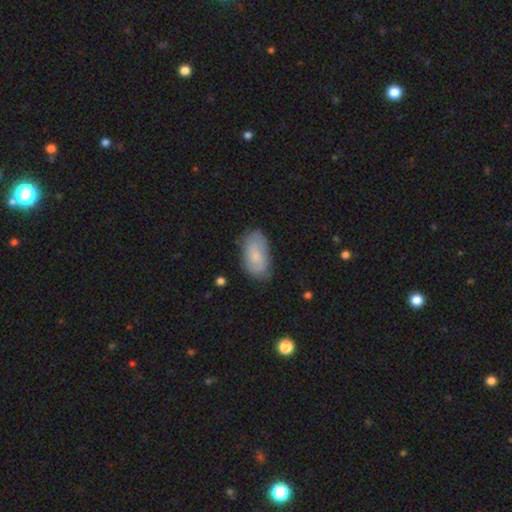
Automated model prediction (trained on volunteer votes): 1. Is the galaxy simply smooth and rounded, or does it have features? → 74% smooth, 19% featured or disk, 7% star or artifact.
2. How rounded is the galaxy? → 94% in between, 4% round, 2% cigar-shaped.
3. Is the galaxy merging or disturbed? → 73% none, 21% minor disturbance, 5% major disturbance, 1% merger.